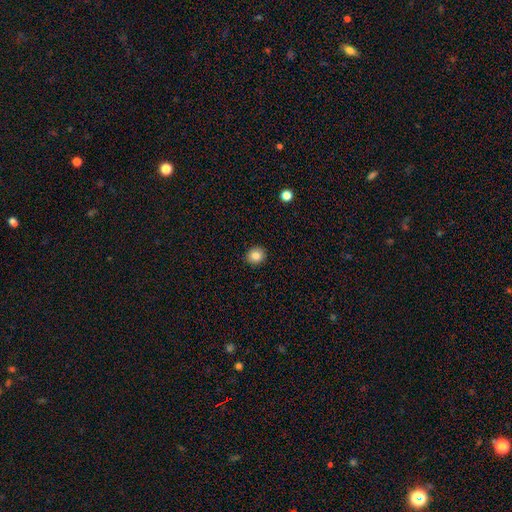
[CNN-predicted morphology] Smooth or featured?
  - smooth: 84% *
  - star or artifact: 10%
  - featured or disk: 6%
How rounded?
  - round: 81% *
  - in between: 18%
  - cigar-shaped: 1%
Merging?
  - none: 92% *
  - minor disturbance: 6%
  - major disturbance: 2%
  - merger: 1%